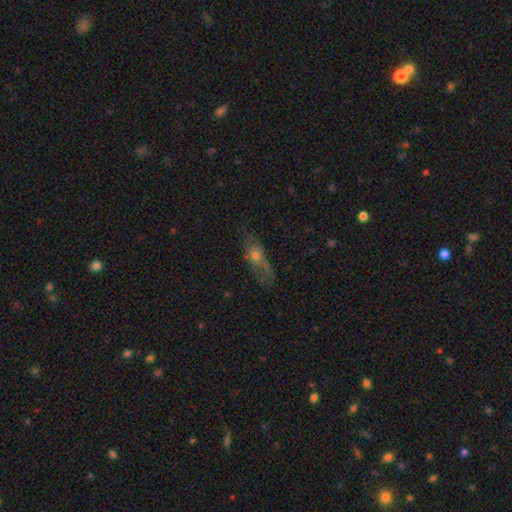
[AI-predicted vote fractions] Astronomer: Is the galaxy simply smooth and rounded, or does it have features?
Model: smooth — 47% (runner-up: featured or disk, 39%).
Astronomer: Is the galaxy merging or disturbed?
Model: none — 45% (runner-up: minor disturbance, 26%).